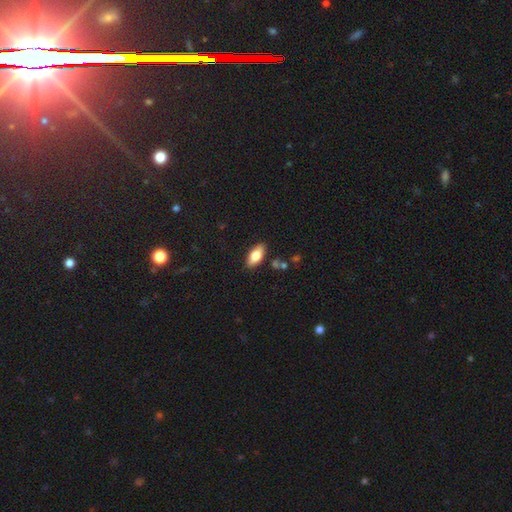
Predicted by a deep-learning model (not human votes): This is likely a smooth galaxy (77%). How rounded: clearly in between (86%). Merging: clearly none (84%).